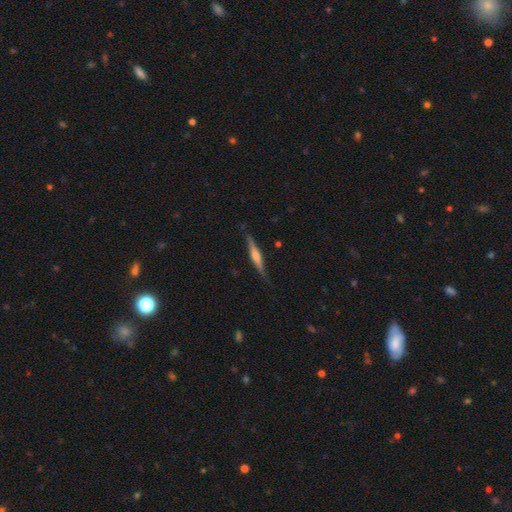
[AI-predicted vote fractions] Overall: featured or disk (67%; smooth 27%). Edge-on disk: yes (98%). Edge-on bulge: rounded (71%). Merging: none (86%).